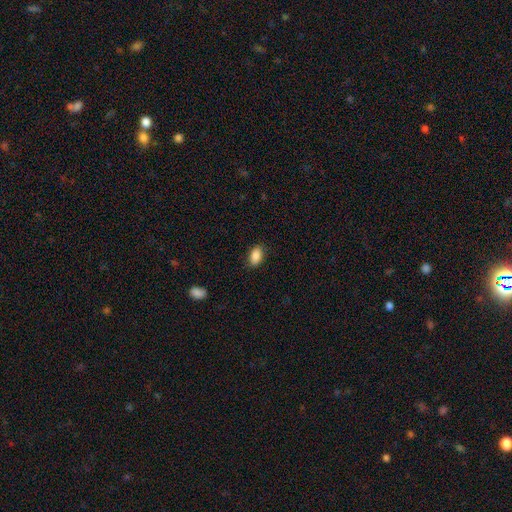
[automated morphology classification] smooth 88%, star or artifact 8%, featured or disk 4%. Down the decision tree: how rounded — in between (89%); merging — none (85%).